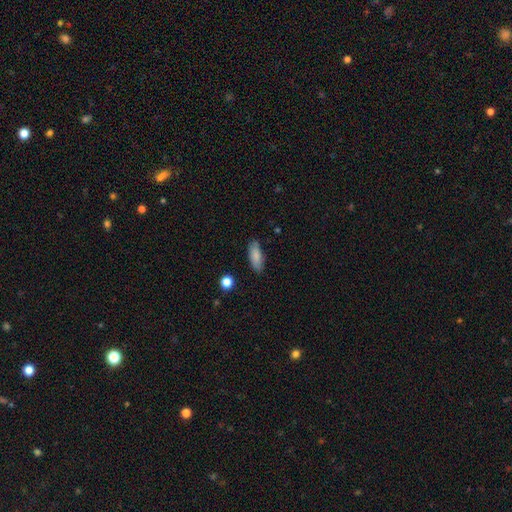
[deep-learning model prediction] A smooth galaxy with no disk features (84%) that is in between round and cigar-shaped (73%). Merging: none (82%).